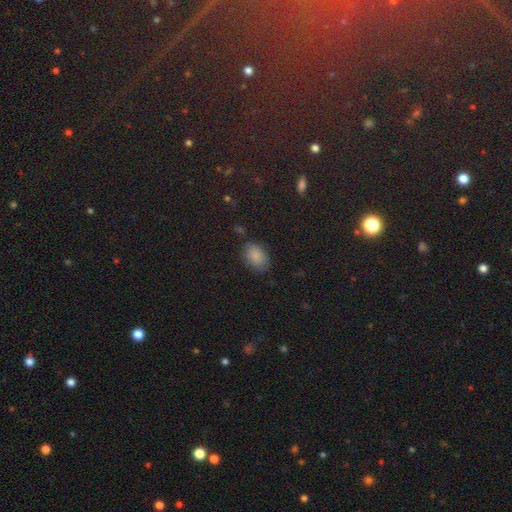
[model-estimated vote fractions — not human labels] smooth_or_featured: smooth (p=0.84) [alt: star or artifact p=0.10]
how_rounded: in between (p=0.86) [alt: round p=0.13]
merging: none (p=0.76) [alt: minor disturbance p=0.18]